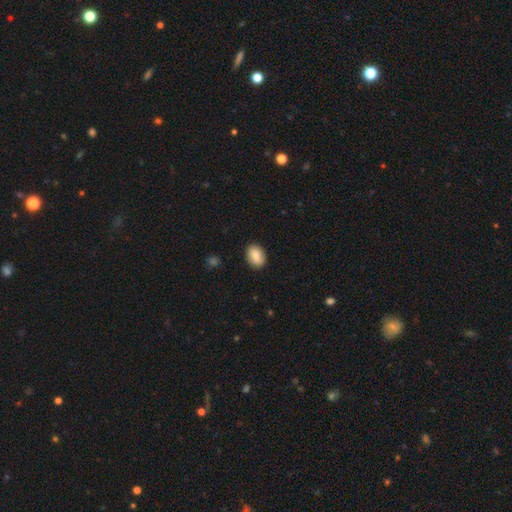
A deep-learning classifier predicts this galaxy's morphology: Q: Smooth or featured?
A: smooth (84%); runner-up: featured or disk (9%)
Q: How rounded?
A: in between (76%); runner-up: round (23%)
Q: Merging?
A: none (86%); runner-up: minor disturbance (11%)